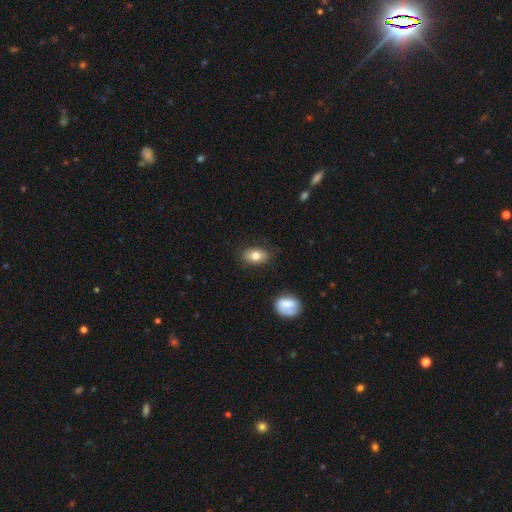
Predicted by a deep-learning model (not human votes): Morphology: type=smooth (79%); roundness=in between (85%); merging=none (84%).